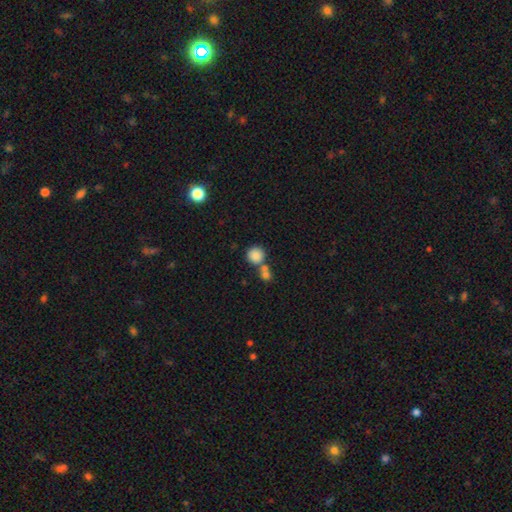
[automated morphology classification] Smooth or featured? Predicted: smooth (p=0.84). How rounded? Predicted: round (p=0.91). Merging? Predicted: none (p=0.55).